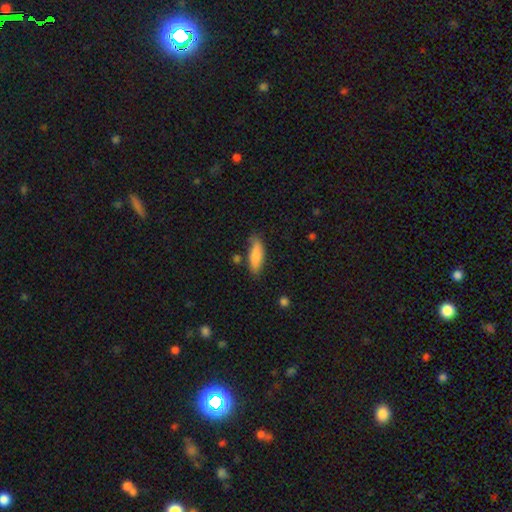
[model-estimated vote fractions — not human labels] Smooth or featured: smooth — 84% (featured or disk — 10%)
How rounded: in between — 59% (cigar-shaped — 39%)
Merging: none — 73% (minor disturbance — 19%)